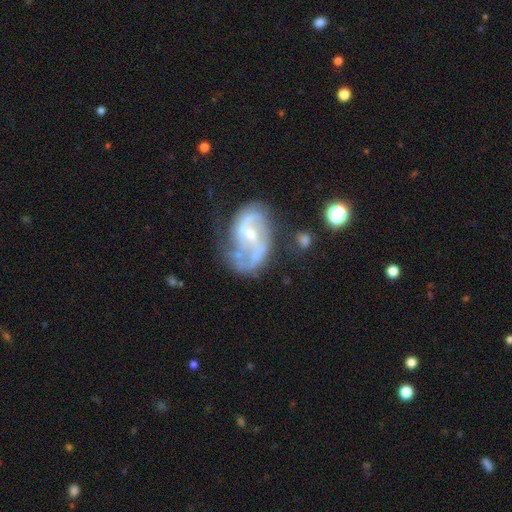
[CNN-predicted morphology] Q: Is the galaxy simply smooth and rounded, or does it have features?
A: featured or disk — 80%.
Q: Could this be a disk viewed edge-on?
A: no — 97%.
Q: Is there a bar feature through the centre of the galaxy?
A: weak — 42%.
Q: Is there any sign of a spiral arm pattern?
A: yes — 82%.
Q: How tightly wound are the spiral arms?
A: medium — 45%.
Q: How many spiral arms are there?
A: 2 — 68%.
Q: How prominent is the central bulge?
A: small — 59%.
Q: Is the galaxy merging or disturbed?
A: none — 43%.